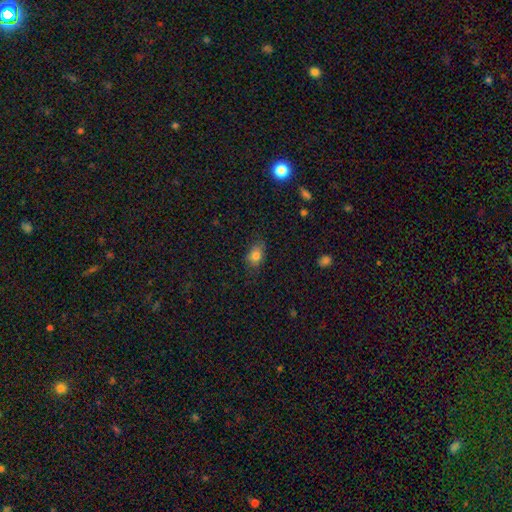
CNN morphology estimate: Overall: smooth (79%). How rounded: in between (76%). Merging: none (75%).